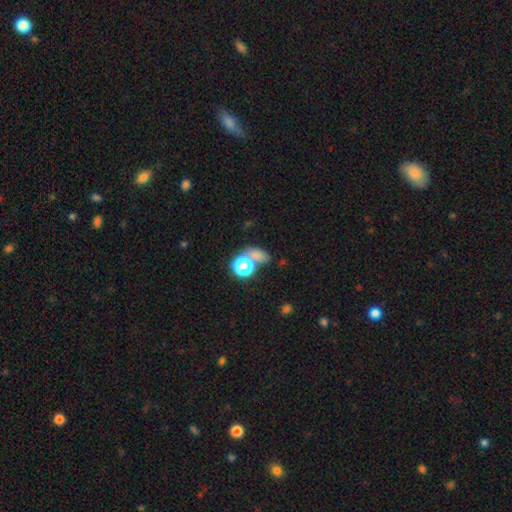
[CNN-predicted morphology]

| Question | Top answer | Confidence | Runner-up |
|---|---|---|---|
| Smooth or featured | smooth | 66% | star or artifact (24%) |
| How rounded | in between | 49% | round (48%) |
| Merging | none | 44% | merger (35%) |